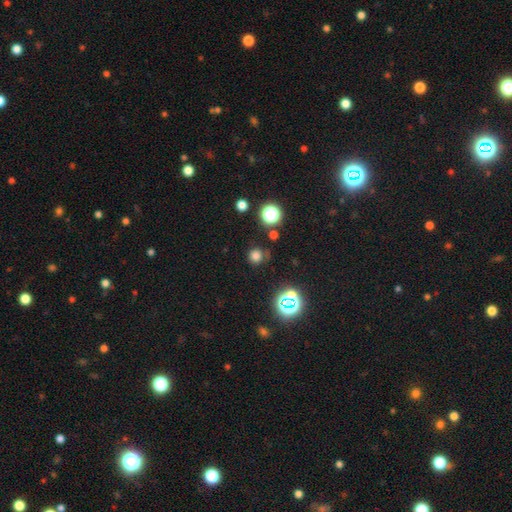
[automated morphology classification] Smooth or featured?
  - smooth: 69% *
  - star or artifact: 25%
  - featured or disk: 6%
How rounded?
  - round: 90% *
  - in between: 9%
  - cigar-shaped: 1%
Merging?
  - none: 76% *
  - minor disturbance: 14%
  - major disturbance: 5%
  - merger: 4%